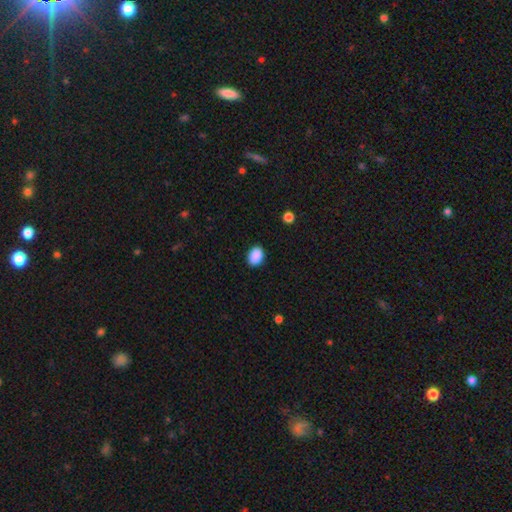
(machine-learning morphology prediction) Overall: smooth (90%). How rounded: in between (78%). Merging: none (88%).